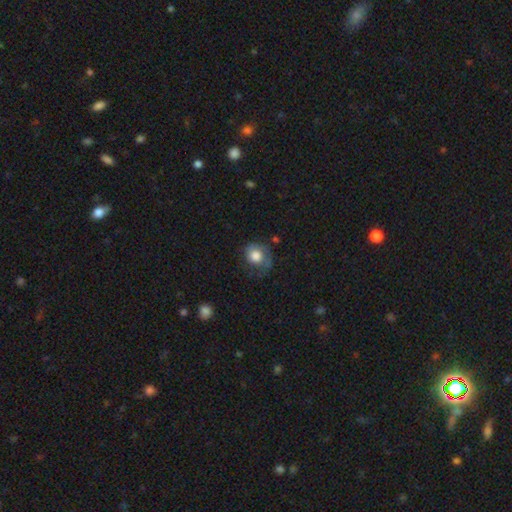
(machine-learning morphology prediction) A smooth galaxy with no disk features (73%) that is round (68%). Merging: none (46%).